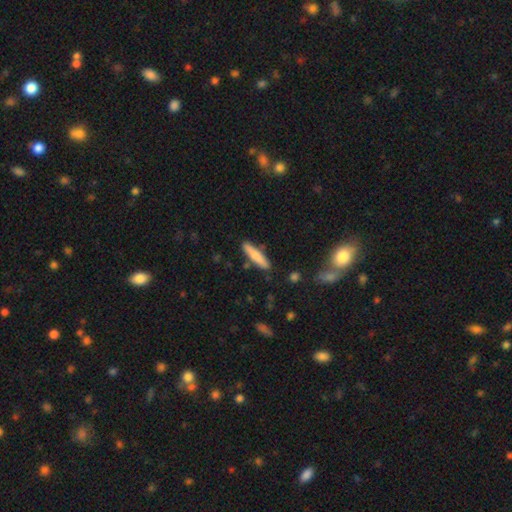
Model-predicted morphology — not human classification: Q: Smooth or featured?
A: smooth (75%); runner-up: featured or disk (19%)
Q: How rounded?
A: cigar-shaped (86%); runner-up: in between (13%)
Q: Merging?
A: none (84%); runner-up: minor disturbance (10%)